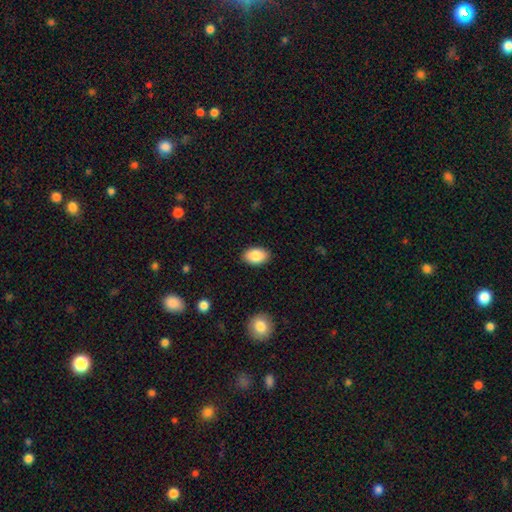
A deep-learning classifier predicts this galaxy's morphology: The model was most divided on "merging": none: 88%, minor disturbance: 9%, major disturbance: 2%, merger: 1%. More confident: how rounded — in between (90%); smooth or featured — smooth (87%).